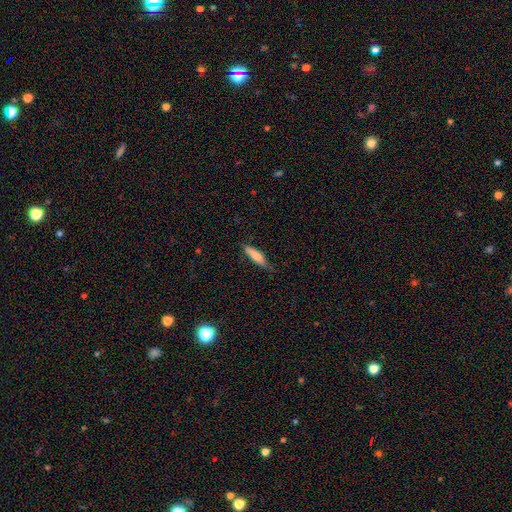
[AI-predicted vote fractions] smooth_or_featured: smooth (p=0.78) [alt: featured or disk p=0.16]
how_rounded: cigar-shaped (p=0.70) [alt: in between p=0.29]
merging: none (p=0.72) [alt: minor disturbance p=0.23]